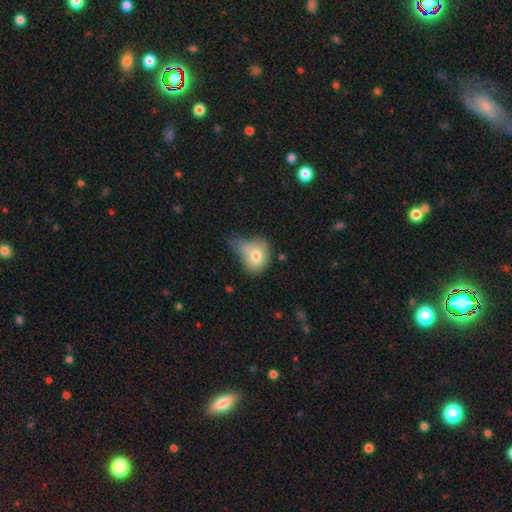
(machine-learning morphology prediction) A smooth galaxy with no disk features (74%) that is in between round and cigar-shaped (51%).

Vote fractions:
- Smooth or featured? smooth: 74% / featured or disk: 18% / star or artifact: 9%
- How rounded? in between: 51% / round: 47% / cigar-shaped: 1%
- Merging? merger: 28% / minor disturbance: 27% / none: 24% / major disturbance: 22%